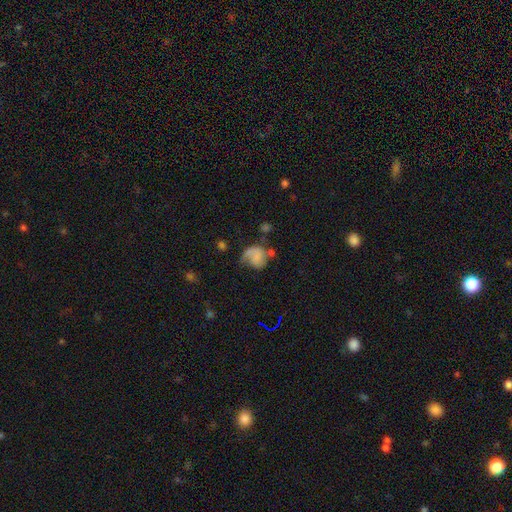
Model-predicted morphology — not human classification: Smooth or featured?
  - smooth: 45% *
  - featured or disk: 44%
  - star or artifact: 11%
Merging?
  - none: 35% *
  - major disturbance: 32%
  - minor disturbance: 26%
  - merger: 7%